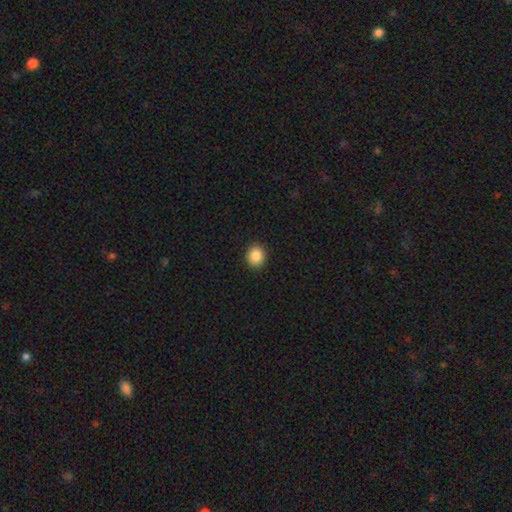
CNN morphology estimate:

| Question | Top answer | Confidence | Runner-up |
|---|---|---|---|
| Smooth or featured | smooth | 88% | star or artifact (9%) |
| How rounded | round | 73% | in between (26%) |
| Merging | none | 91% | minor disturbance (6%) |